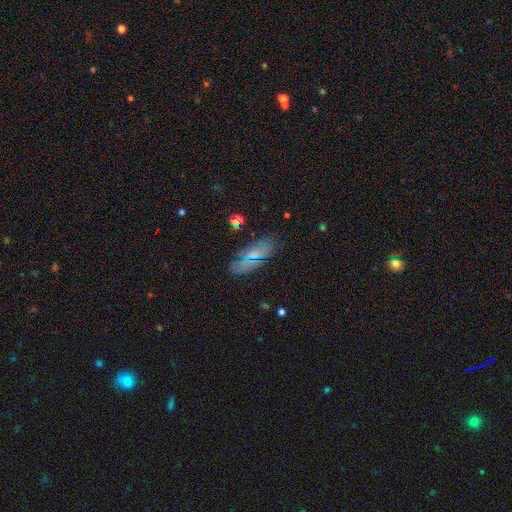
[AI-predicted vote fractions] A smooth galaxy with no disk features (49%). Merging: none (79%).